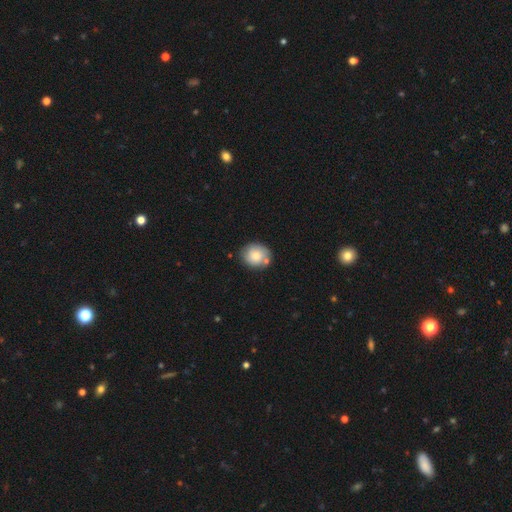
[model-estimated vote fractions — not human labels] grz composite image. It shows a smooth galaxy with no disk features (75%) that is round (75%). Merging: none (69%).